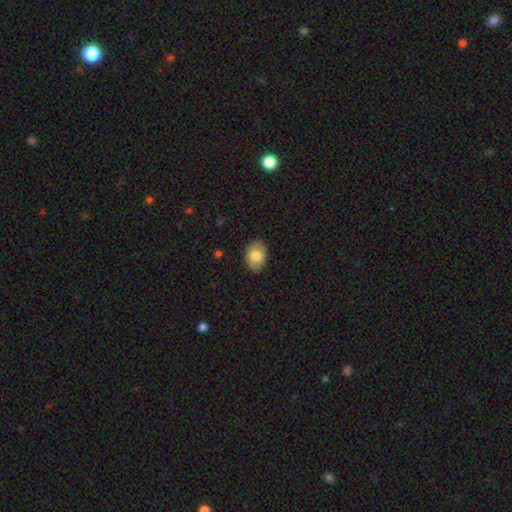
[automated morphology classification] smooth_or_featured: smooth (p=0.75) [alt: featured or disk p=0.17]
how_rounded: in between (p=0.72) [alt: round p=0.27]
merging: none (p=0.86) [alt: minor disturbance p=0.11]